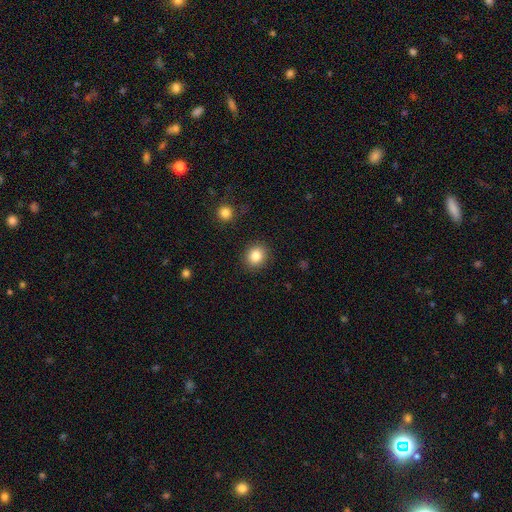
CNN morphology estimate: Overall: smooth (84%). How rounded: round (77%). Merging: none (89%).